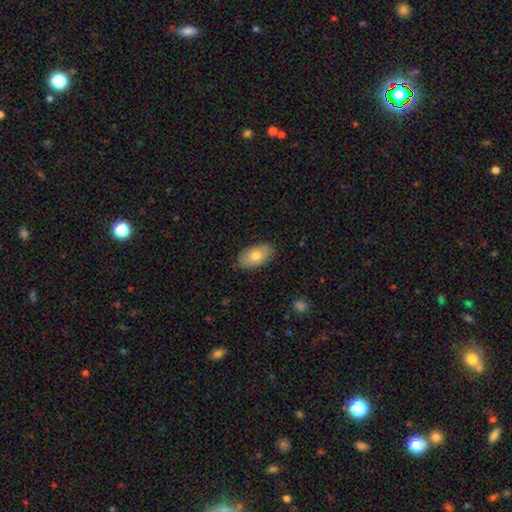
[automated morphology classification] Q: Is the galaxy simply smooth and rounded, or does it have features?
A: smooth — 77%.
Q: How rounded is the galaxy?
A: in between — 94%.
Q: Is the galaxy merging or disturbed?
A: none — 85%.